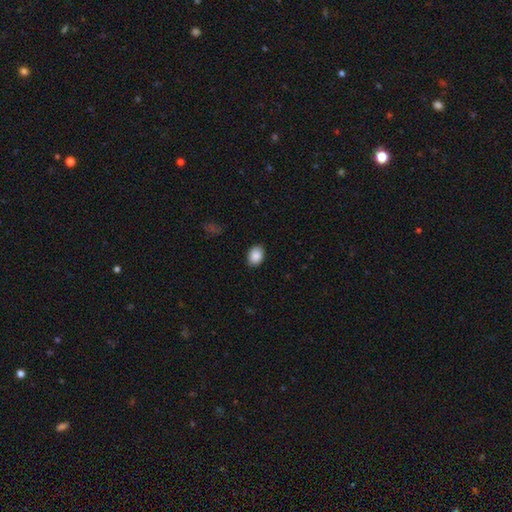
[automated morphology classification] Q: Smooth or featured?
A: smooth (89%); runner-up: star or artifact (7%)
Q: How rounded?
A: in between (71%); runner-up: round (28%)
Q: Merging?
A: none (88%); runner-up: minor disturbance (9%)